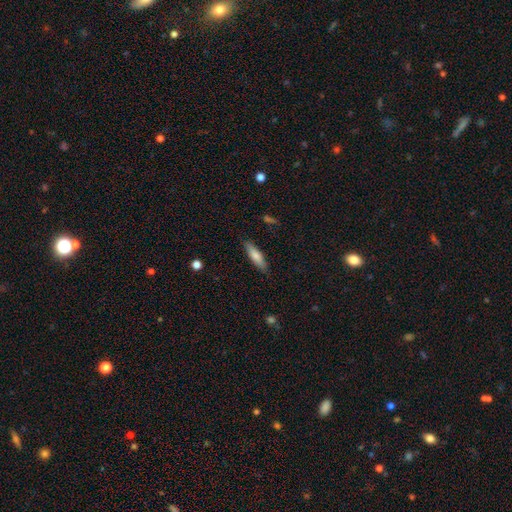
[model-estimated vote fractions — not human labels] smooth-or-featured: smooth: 70% | featured or disk: 24% | star or artifact: 6%
  how-rounded: cigar-shaped: 74% | in between: 24% | round: 2%
  merging: none: 87% | minor disturbance: 9% | major disturbance: 2% | merger: 1%